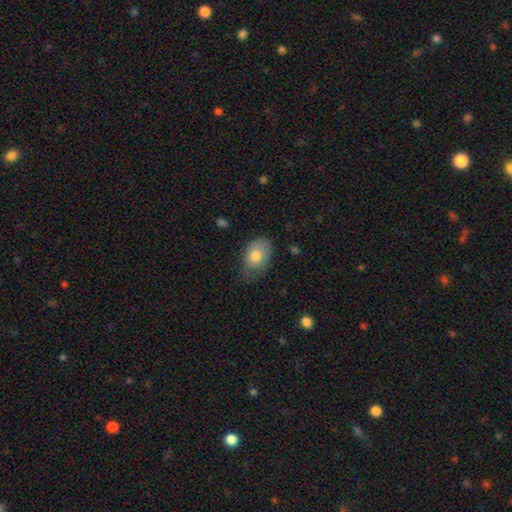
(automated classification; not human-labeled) Overall: smooth (77%). How rounded: in between (81%). Merging: none (50%; minor disturbance 37%).